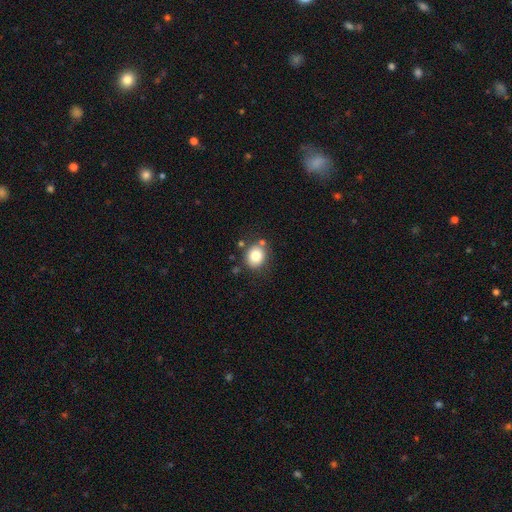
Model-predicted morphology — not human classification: The model was most divided on "how rounded": round: 71%, in between: 28%, cigar-shaped: 1%. More confident: smooth or featured — smooth (81%); merging — none (75%).